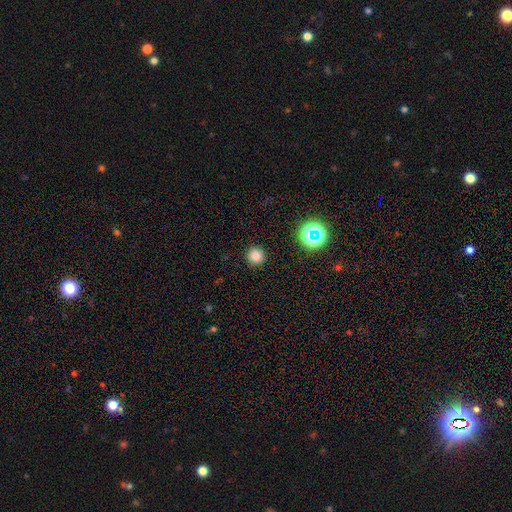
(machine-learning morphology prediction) Smooth or featured? Predicted: smooth (p=0.79). How rounded? Predicted: round (p=0.96). Merging? Predicted: none (p=0.92).